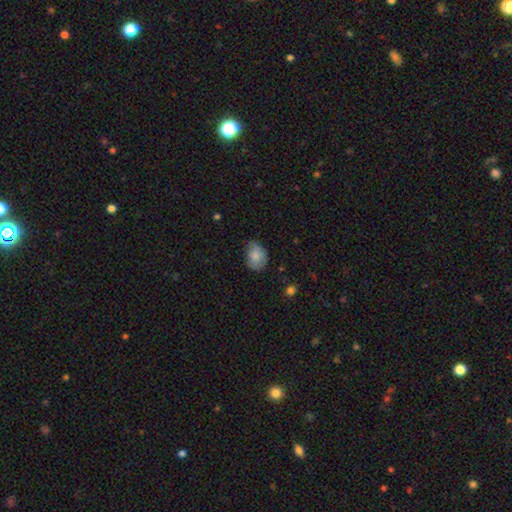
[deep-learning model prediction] The model was most divided on "merging": none: 49%, minor disturbance: 39%, major disturbance: 11%, merger: 2%. More confident: smooth or featured — smooth (77%); how rounded — in between (70%).